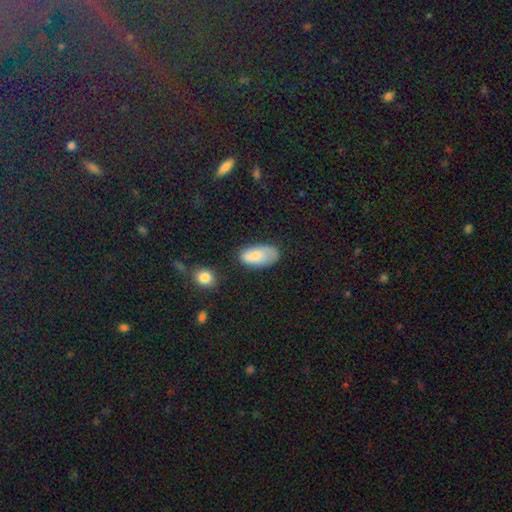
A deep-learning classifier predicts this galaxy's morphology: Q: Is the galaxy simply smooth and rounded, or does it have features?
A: smooth — 72%.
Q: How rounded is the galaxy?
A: in between — 93%.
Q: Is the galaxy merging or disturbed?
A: none — 63%.